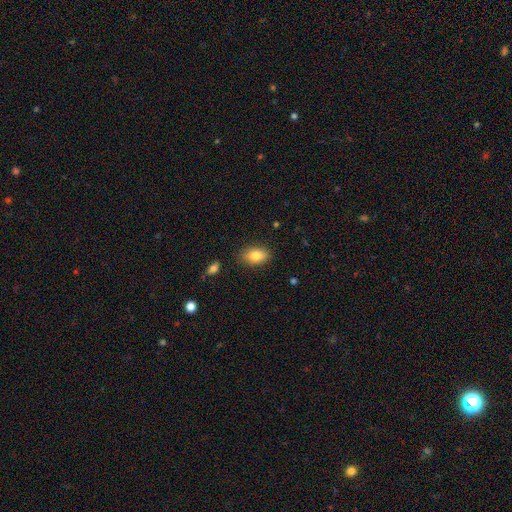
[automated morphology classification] Overall: smooth (82%). How rounded: in between (89%). Merging: none (86%).